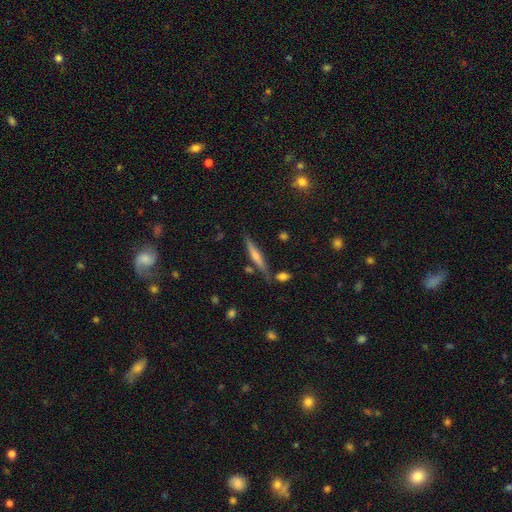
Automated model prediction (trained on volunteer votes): Morphology: type=featured or disk (60%); edge-on=yes (96%); edge-on bulge=rounded (68%); merging=none (82%).